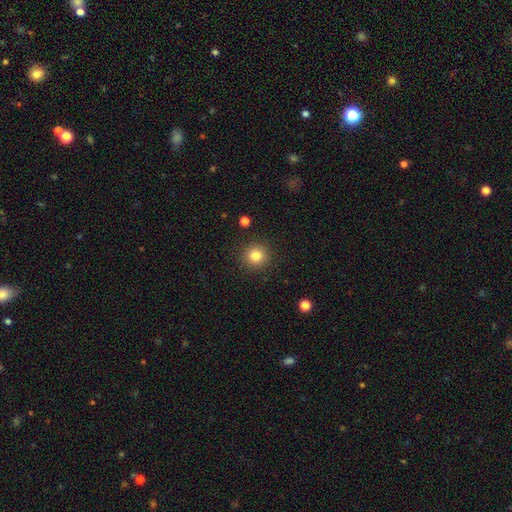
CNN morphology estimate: type=smooth (82%); roundness=round (94%); merging=none (91%).